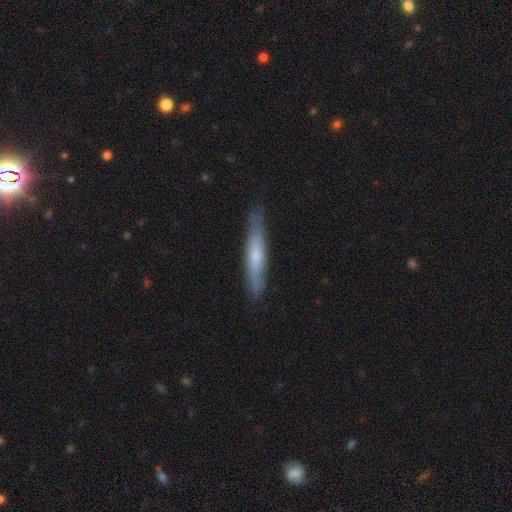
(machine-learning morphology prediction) smooth 53%, featured or disk 42%, star or artifact 6%. Down the decision tree: how rounded — cigar-shaped (91%); merging — none (84%).